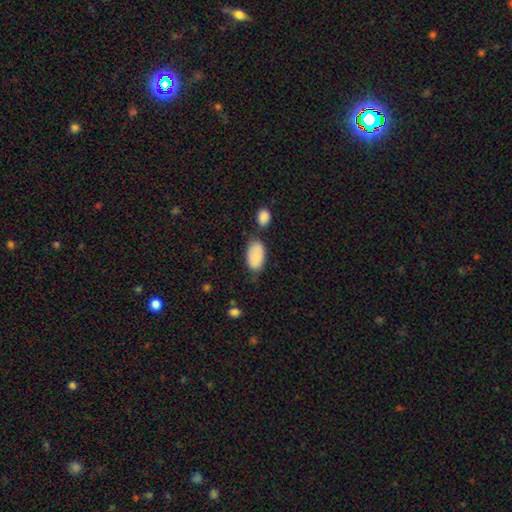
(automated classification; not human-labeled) A smooth galaxy with no disk features (88%) that is in between round and cigar-shaped (95%). Merging: none (59%).